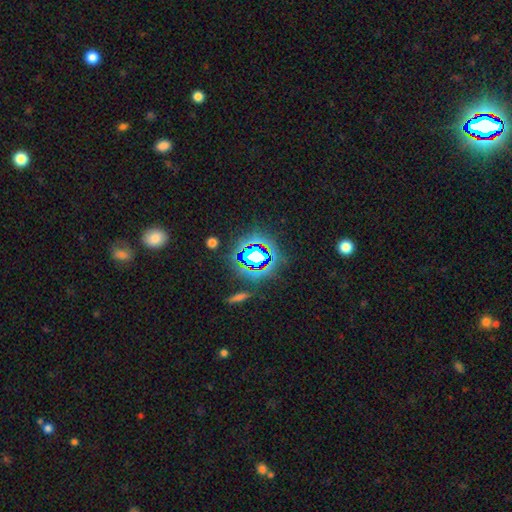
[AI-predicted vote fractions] A star or artifact, not a galaxy (67%).